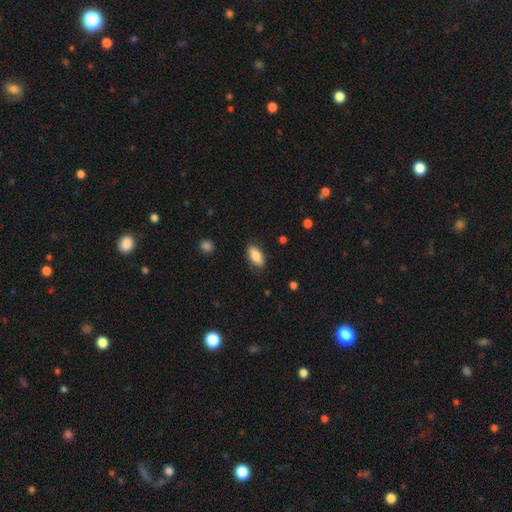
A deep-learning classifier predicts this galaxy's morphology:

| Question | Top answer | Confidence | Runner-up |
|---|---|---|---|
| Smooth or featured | smooth | 84% | featured or disk (10%) |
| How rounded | in between | 88% | cigar-shaped (9%) |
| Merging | none | 85% | minor disturbance (11%) |